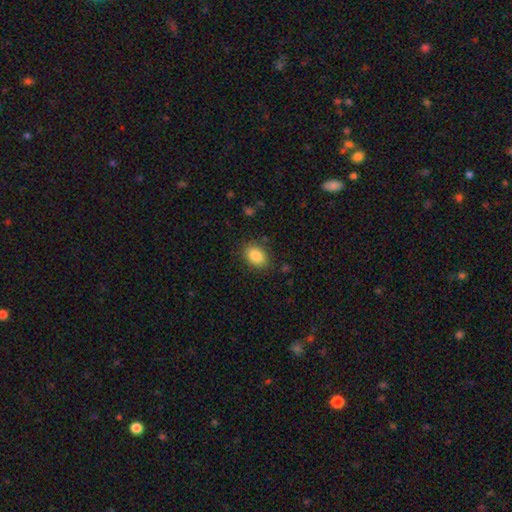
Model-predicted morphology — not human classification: This appears to be a smooth galaxy with no disk features (86%) that is in between round and cigar-shaped (75%). Merging: none (85%).